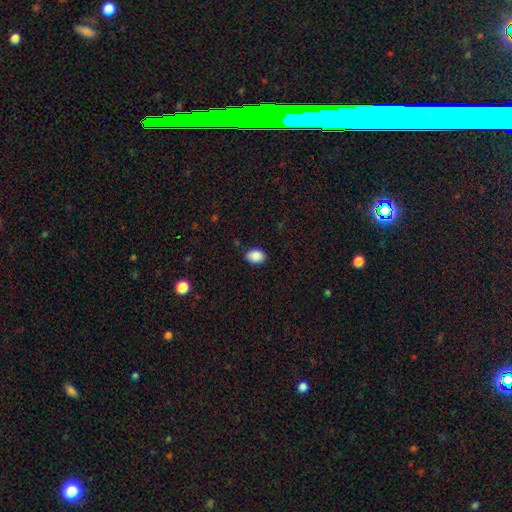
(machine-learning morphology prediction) Smooth or featured? smooth (89%)
How rounded? in between (74%)
Merging? none (85%)